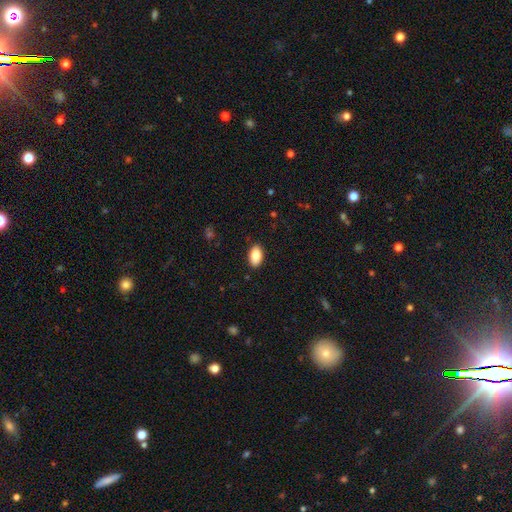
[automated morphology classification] Smooth or featured?
  - smooth: 85% *
  - featured or disk: 7%
  - star or artifact: 7%
How rounded?
  - in between: 93% *
  - round: 5%
  - cigar-shaped: 2%
Merging?
  - none: 89% *
  - minor disturbance: 8%
  - major disturbance: 2%
  - merger: 1%